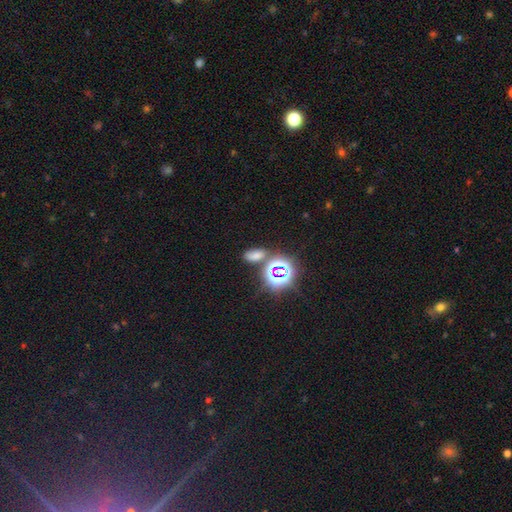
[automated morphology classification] This is possibly a smooth galaxy (54%). How rounded: clearly in between (83%). Merging: likely none (66%).